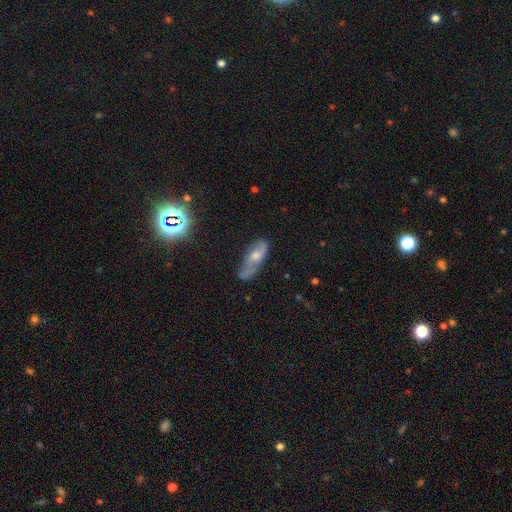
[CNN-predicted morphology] type=featured or disk (49%); merging=none (53%).